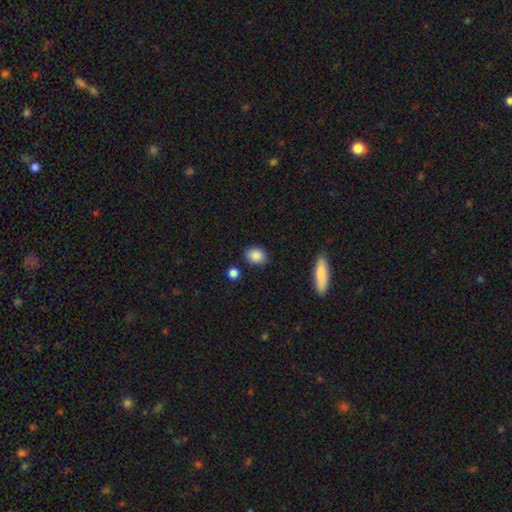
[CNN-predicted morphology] Smooth or featured?
  - smooth: 87% *
  - star or artifact: 8%
  - featured or disk: 5%
How rounded?
  - in between: 66% *
  - round: 32%
  - cigar-shaped: 2%
Merging?
  - none: 82% *
  - minor disturbance: 12%
  - merger: 3%
  - major disturbance: 3%